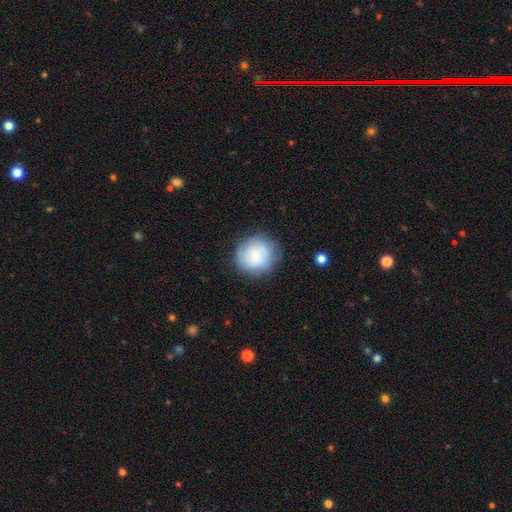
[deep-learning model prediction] smooth-or-featured: smooth: 59% | featured or disk: 32% | star or artifact: 8%
  how-rounded: round: 85% | in between: 14% | cigar-shaped: 1%
  merging: none: 75% | minor disturbance: 17% | major disturbance: 6% | merger: 2%